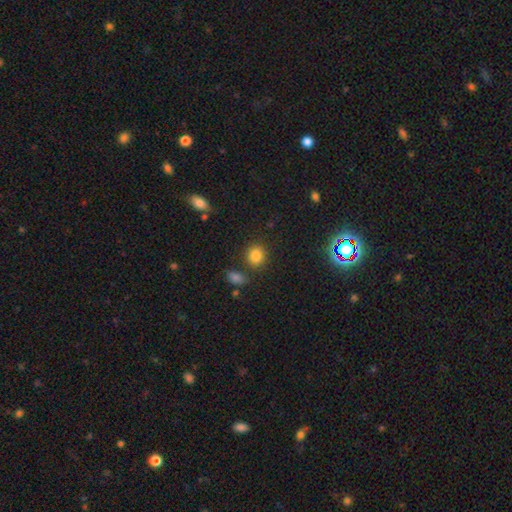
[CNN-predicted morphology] Overall: smooth (83%). How rounded: round (70%). Merging: none (77%).